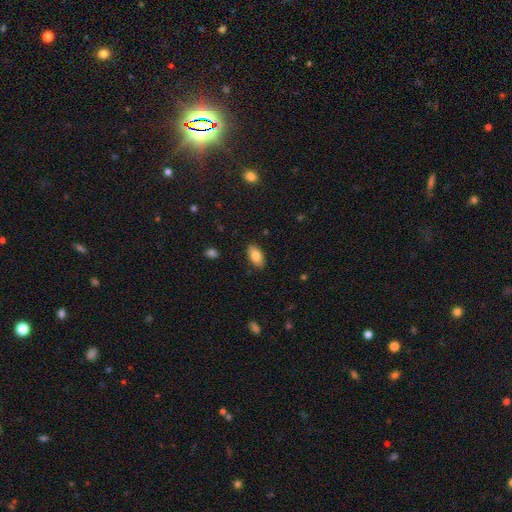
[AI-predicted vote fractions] Smooth or featured? Predicted: smooth (p=0.82). How rounded? Predicted: in between (p=0.93). Merging? Predicted: none (p=0.88).